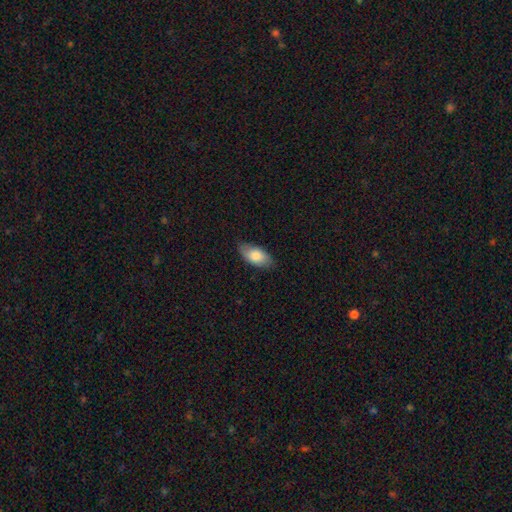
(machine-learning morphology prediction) Smooth or featured: smooth — 79% (featured or disk — 15%)
How rounded: in between — 93% (cigar-shaped — 4%)
Merging: none — 79% (minor disturbance — 17%)